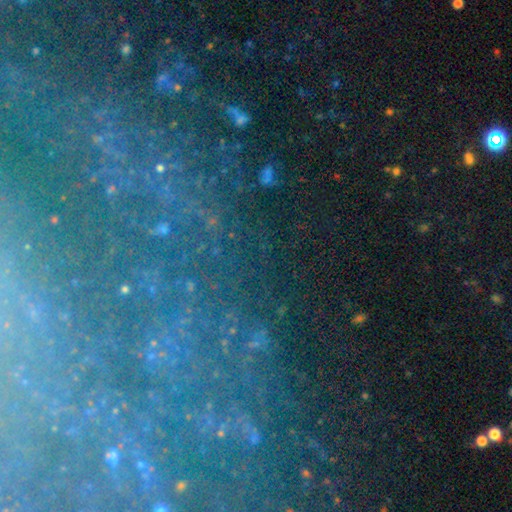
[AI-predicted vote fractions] Smooth or featured? Predicted: star or artifact (p=0.54).